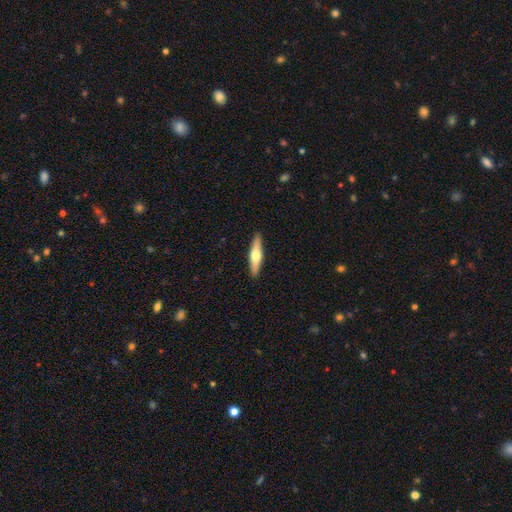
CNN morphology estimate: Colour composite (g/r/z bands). It shows a smooth galaxy with no disk features (49%). Merging: none (90%).